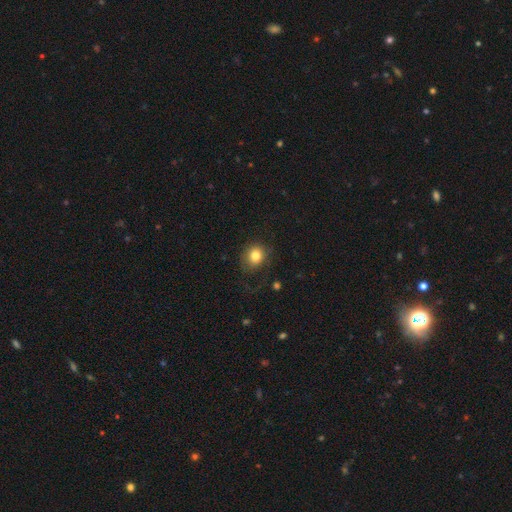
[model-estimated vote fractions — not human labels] Smooth or featured? smooth (80%)
How rounded? round (67%)
Merging? none (68%)